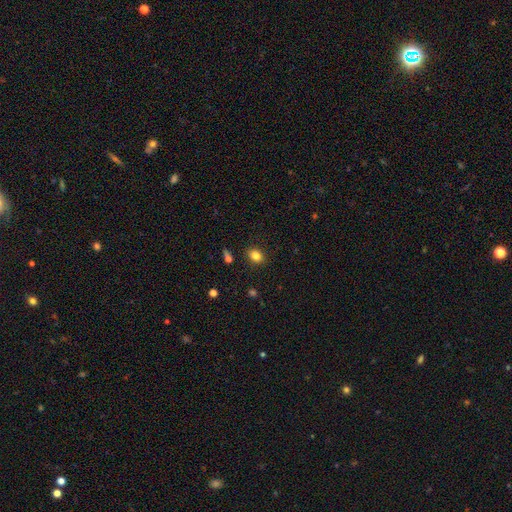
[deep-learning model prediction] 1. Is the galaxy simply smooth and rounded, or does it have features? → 82% smooth, 11% star or artifact, 7% featured or disk.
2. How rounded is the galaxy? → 64% in between, 35% round, 1% cigar-shaped.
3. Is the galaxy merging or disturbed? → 87% none, 8% minor disturbance, 2% major disturbance, 2% merger.